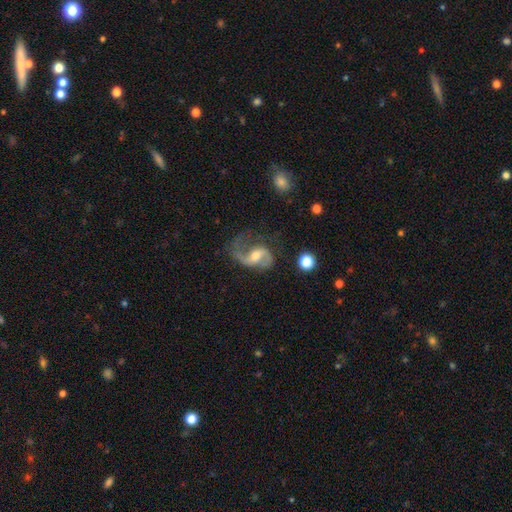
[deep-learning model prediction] Smooth or featured?
  - featured or disk: 86% *
  - smooth: 8%
  - star or artifact: 6%
Edge-on disk?
  - no: 97% *
  - yes: 3%
Bar?
  - weak: 48% *
  - no: 32%
  - strong: 20%
Spiral arms?
  - yes: 95% *
  - no: 5%
Spiral winding?
  - loose: 55% *
  - medium: 38%
  - tight: 7%
Spiral arm count?
  - 2: 80% *
  - 1: 13%
  - can't tell: 3%
  - 3: 1%
  - 4: 1%
  - more than 4: 1%
Bulge size?
  - moderate: 61% *
  - small: 28%
  - large: 7%
  - none: 3%
  - dominant: 1%
Merging?
  - none: 49% *
  - major disturbance: 27%
  - minor disturbance: 21%
  - merger: 3%